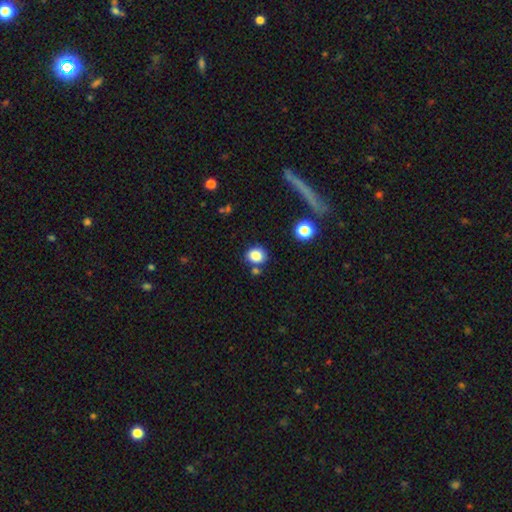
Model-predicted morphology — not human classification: smooth 84%, star or artifact 11%, featured or disk 5%. Down the decision tree: how rounded — round (68%); merging — none (73%).